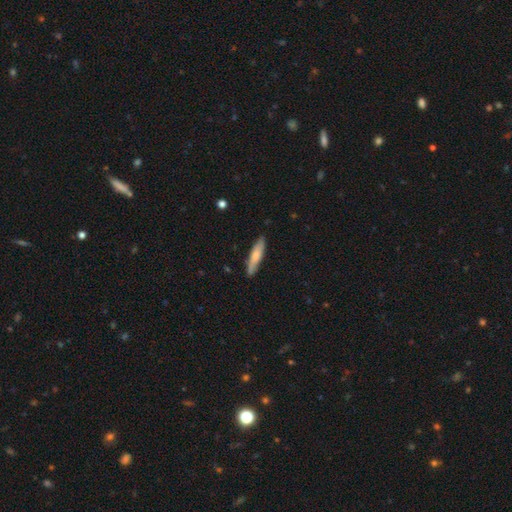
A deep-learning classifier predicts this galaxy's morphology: Smooth or featured?
  - smooth: 69% *
  - featured or disk: 26%
  - star or artifact: 5%
How rounded?
  - cigar-shaped: 82% *
  - in between: 17%
  - round: 1%
Merging?
  - none: 84% *
  - minor disturbance: 13%
  - major disturbance: 2%
  - merger: 2%